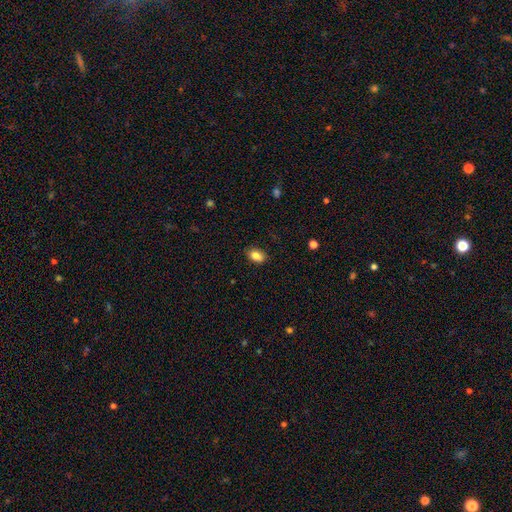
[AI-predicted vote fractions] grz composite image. It shows a smooth galaxy with no disk features (84%) that is in between round and cigar-shaped (86%). Merging: none (86%).